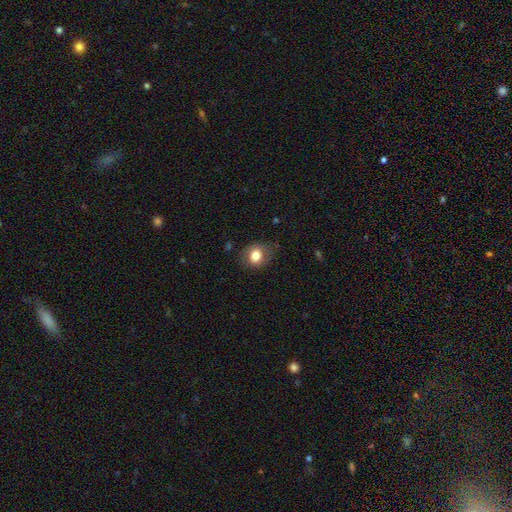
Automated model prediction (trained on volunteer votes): The model was most divided on "how rounded": round: 51%, in between: 48%, cigar-shaped: 1%. More confident: smooth or featured — smooth (78%); merging — none (74%).